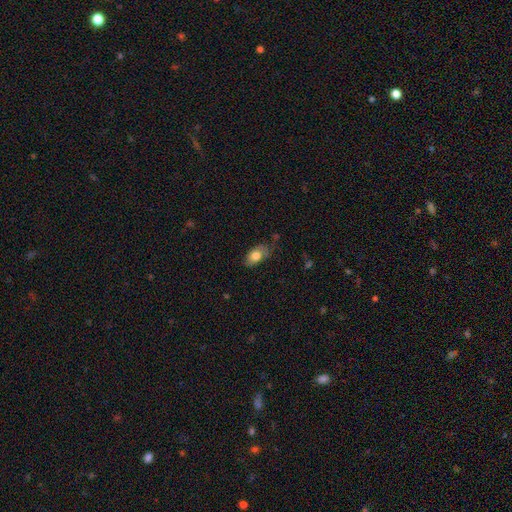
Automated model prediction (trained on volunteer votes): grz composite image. It shows a smooth galaxy with no disk features (76%) that is in between round and cigar-shaped (89%). Merging: none (64%).